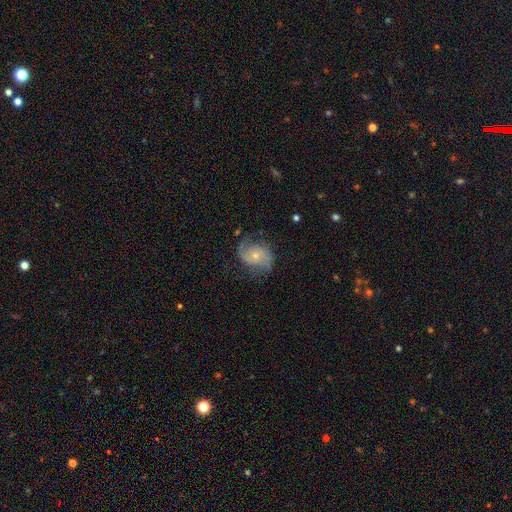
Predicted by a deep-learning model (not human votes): This is likely a featured or disk galaxy (75%). It is clearly not viewed edge-on (97%). Bar: likely no (69%). Spiral arm pattern: clearly yes (93%). Spiral arm count: clearly 2 (82%). Spiral winding: marginally medium (44%). Central bulge: possibly small (58%). Merging: likely none (67%).